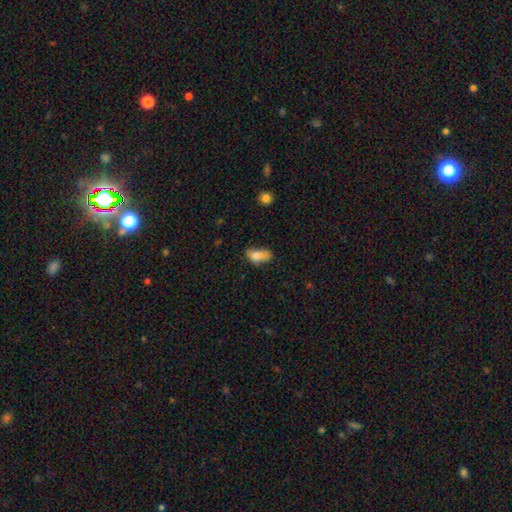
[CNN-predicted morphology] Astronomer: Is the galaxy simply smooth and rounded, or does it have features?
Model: smooth — 79%.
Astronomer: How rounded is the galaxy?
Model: in between — 89%.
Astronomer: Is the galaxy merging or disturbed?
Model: none — 45% (runner-up: minor disturbance, 36%).